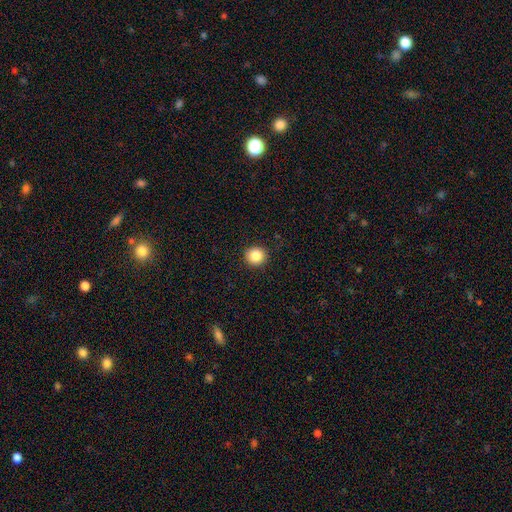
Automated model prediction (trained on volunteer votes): Morphology: type=smooth (86%); roundness=round (92%); merging=none (92%).